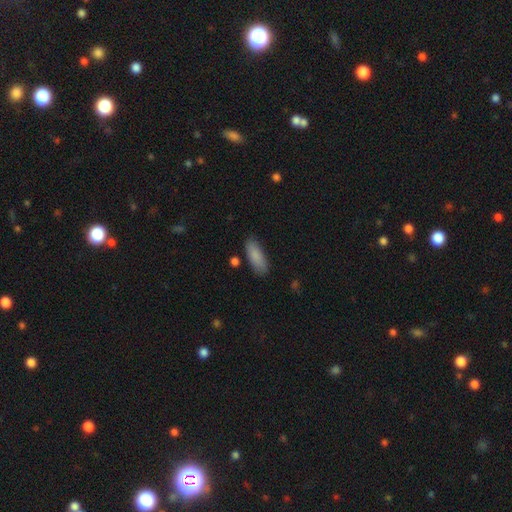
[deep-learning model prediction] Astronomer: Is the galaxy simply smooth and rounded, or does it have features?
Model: smooth — 87%.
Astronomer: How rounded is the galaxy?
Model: in between — 70%.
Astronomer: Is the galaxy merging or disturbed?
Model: none — 82%.